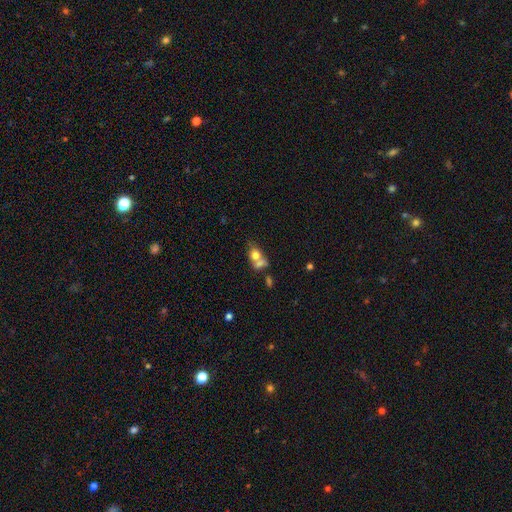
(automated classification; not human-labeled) This is likely a smooth galaxy (71%). How rounded: possibly in between (49%). Merging: likely merger (61%).